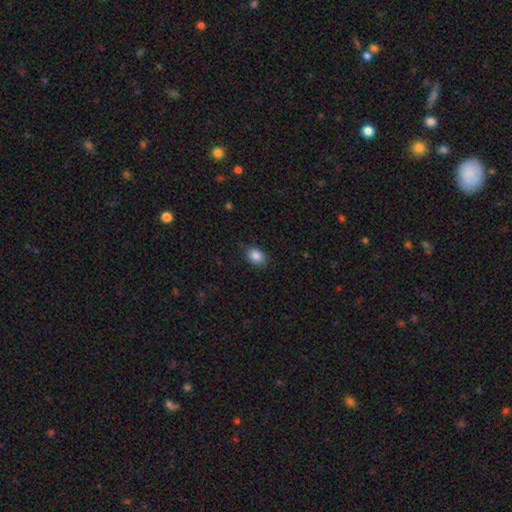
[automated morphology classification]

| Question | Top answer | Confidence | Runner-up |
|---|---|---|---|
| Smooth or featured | smooth | 87% | star or artifact (9%) |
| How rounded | in between | 71% | round (28%) |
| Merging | none | 85% | minor disturbance (12%) |